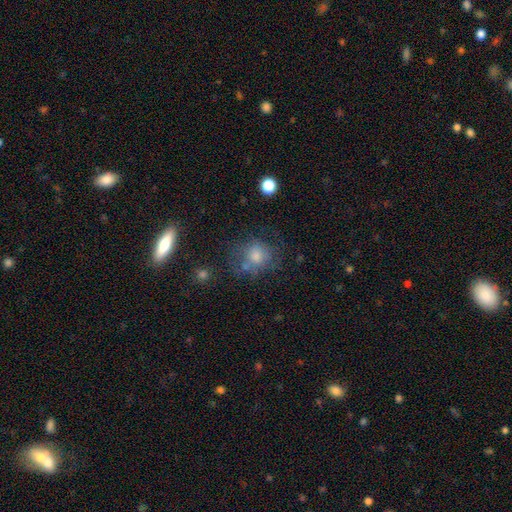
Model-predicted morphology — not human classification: This is likely a smooth galaxy (62%). How rounded: likely round (71%). Merging: likely none (63%).